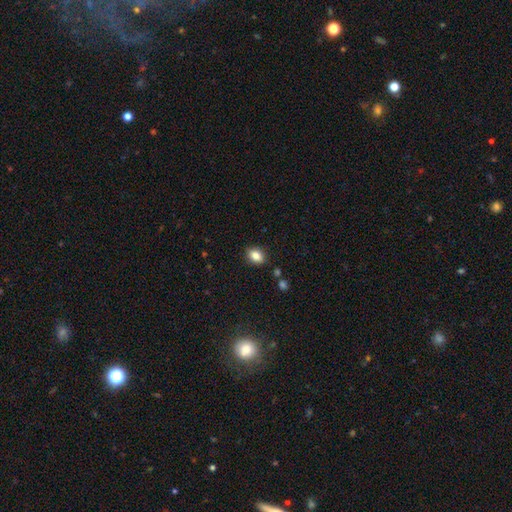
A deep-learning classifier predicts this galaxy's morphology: Smooth or featured? smooth (84%)
How rounded? in between (70%)
Merging? none (86%)